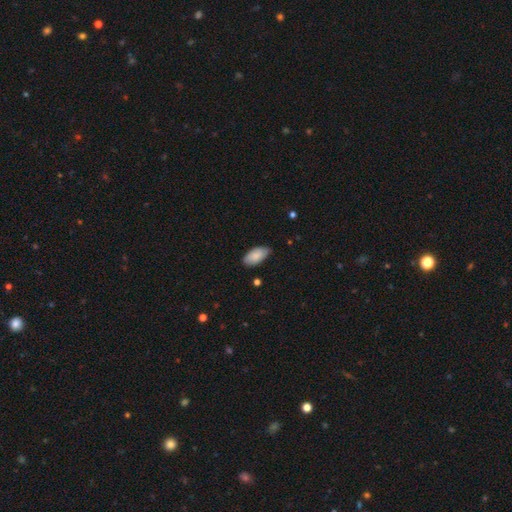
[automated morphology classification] This is clearly a smooth galaxy (86%). How rounded: clearly in between (94%). Merging: likely none (79%).